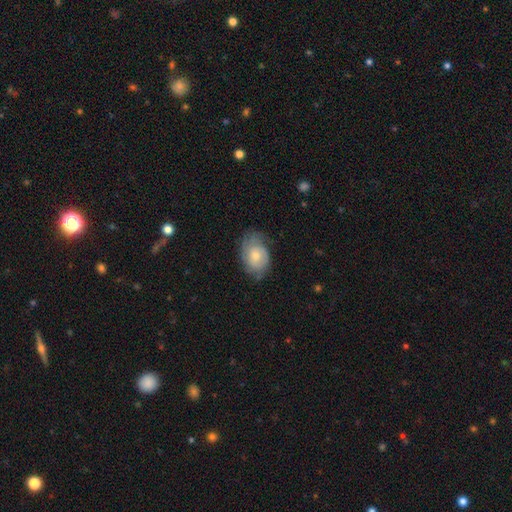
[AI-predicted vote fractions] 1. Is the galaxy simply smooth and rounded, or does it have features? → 53% smooth, 40% featured or disk, 6% star or artifact.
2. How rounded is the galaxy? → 78% in between, 21% round, 1% cigar-shaped.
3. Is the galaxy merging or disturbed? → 56% none, 31% minor disturbance, 12% major disturbance, 1% merger.